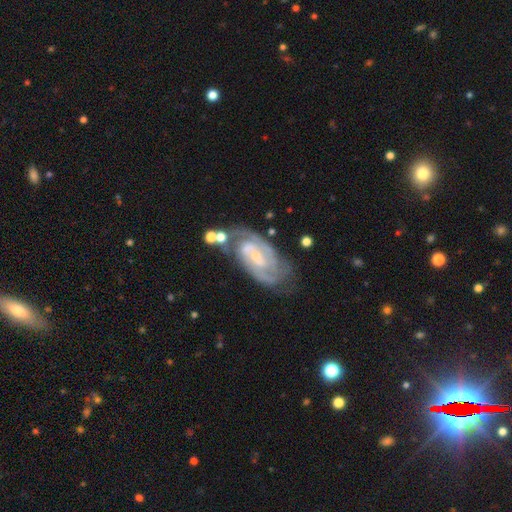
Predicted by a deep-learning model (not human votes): This appears to be a featured or disk galaxy (88%) with no bar (44%), 2 (60%) tight (57%) spiral arms (96%) and a small central bulge (72%). Merging: none (61%).